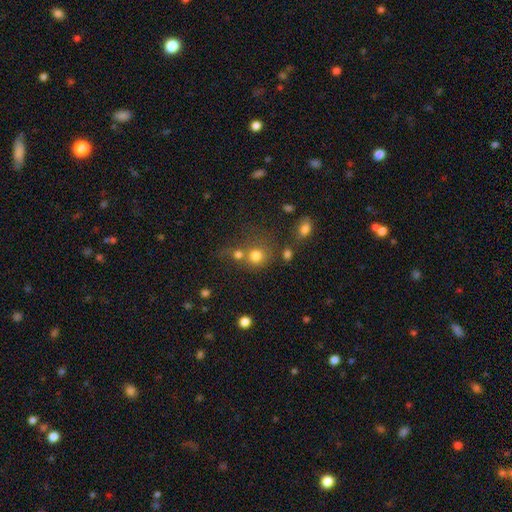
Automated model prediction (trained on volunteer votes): The model was most divided on "merging": none: 50%, merger: 35%, minor disturbance: 9%, major disturbance: 6%. More confident: how rounded — round (84%); smooth or featured — smooth (77%).